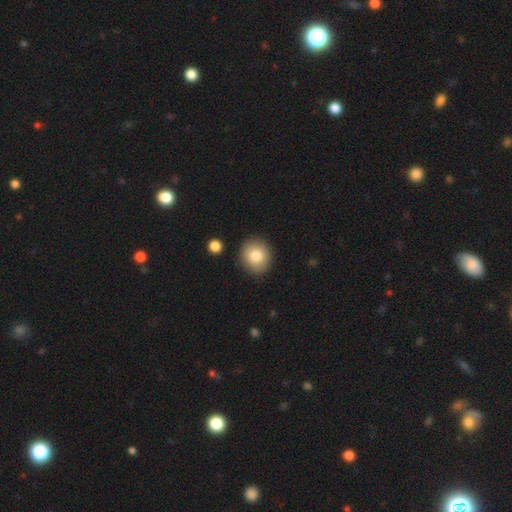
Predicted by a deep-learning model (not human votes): This appears to be a smooth galaxy with no disk features (82%) that is round (81%). Merging: none (89%).